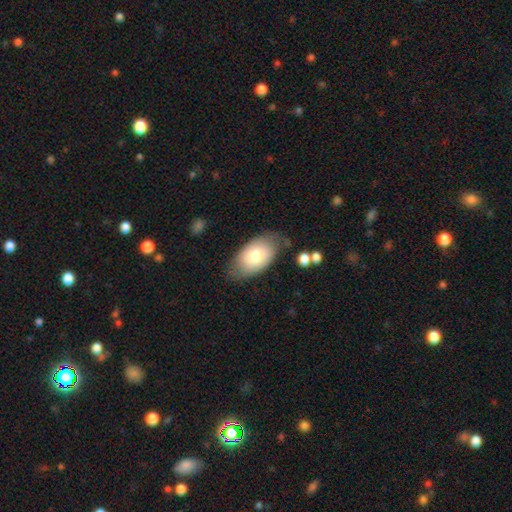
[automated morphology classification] Smooth or featured: smooth — 74% (featured or disk — 20%)
How rounded: in between — 93% (round — 5%)
Merging: none — 71% (minor disturbance — 21%)